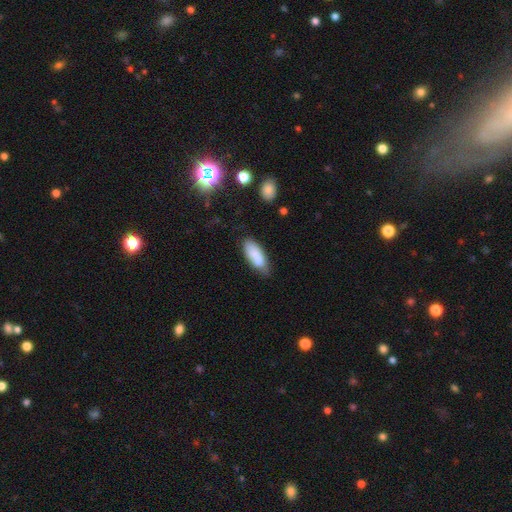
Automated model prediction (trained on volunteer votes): This appears to be a smooth galaxy with no disk features (82%) that is in between round and cigar-shaped (78%). Merging: none (60%).